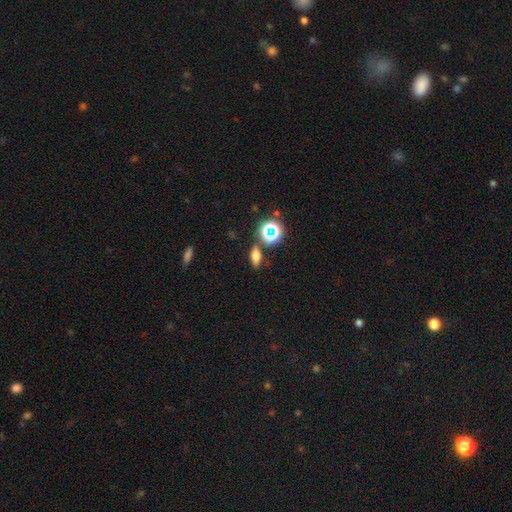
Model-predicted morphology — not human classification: smooth_or_featured: smooth (p=0.57) [alt: featured or disk p=0.22]
how_rounded: in between (p=0.63) [alt: cigar-shaped p=0.22]
merging: none (p=0.81) [alt: minor disturbance p=0.10]